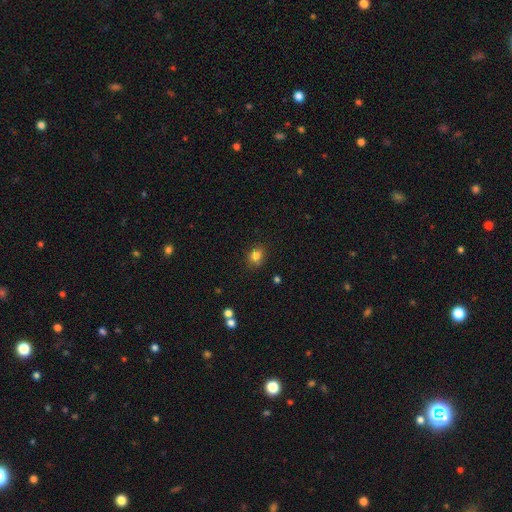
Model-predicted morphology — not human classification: Smooth or featured: smooth — 83% (star or artifact — 12%)
How rounded: round — 69% (in between — 30%)
Merging: none — 81% (minor disturbance — 14%)